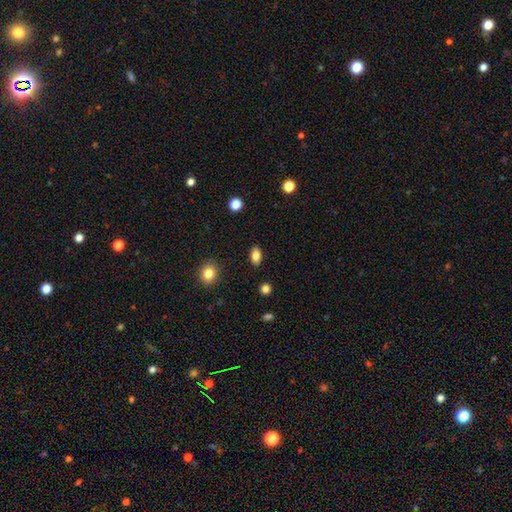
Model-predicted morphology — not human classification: smooth_or_featured: smooth (p=0.81) [alt: featured or disk p=0.10]
how_rounded: in between (p=0.88) [alt: round p=0.08]
merging: none (p=0.88) [alt: minor disturbance p=0.09]